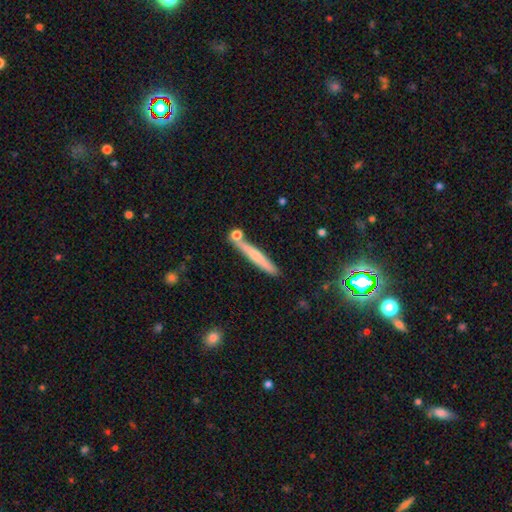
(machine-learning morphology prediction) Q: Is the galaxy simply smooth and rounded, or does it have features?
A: smooth — 56%.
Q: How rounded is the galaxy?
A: cigar-shaped — 95%.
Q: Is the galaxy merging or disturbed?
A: none — 80%.